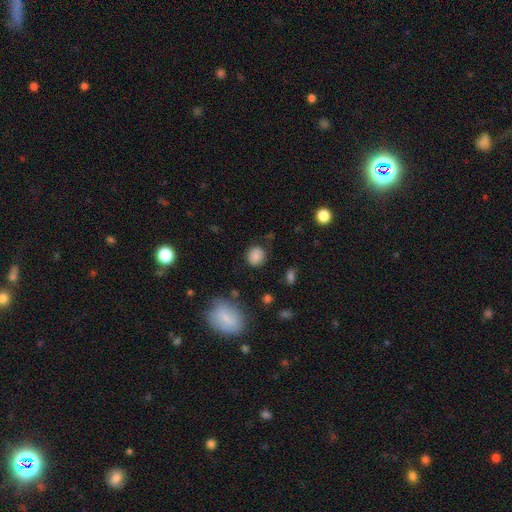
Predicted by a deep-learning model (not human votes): Overall: smooth (82%). How rounded: round (81%). Merging: none (82%).